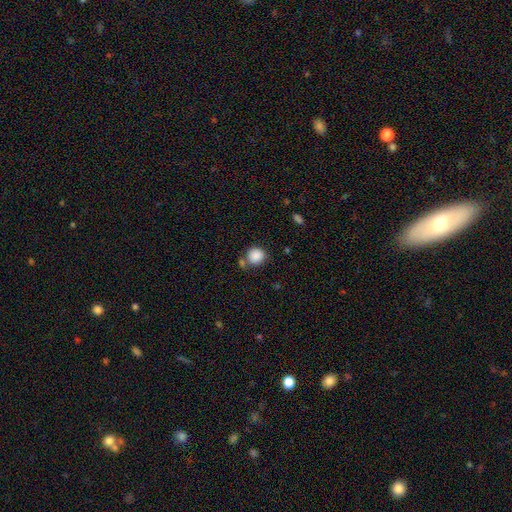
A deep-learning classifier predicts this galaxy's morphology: The model was most divided on "merging": none: 65%, merger: 17%, minor disturbance: 13%, major disturbance: 5%. More confident: how rounded — round (88%); smooth or featured — smooth (87%).